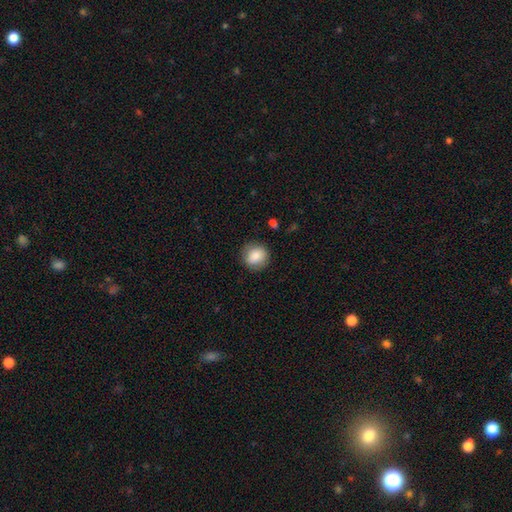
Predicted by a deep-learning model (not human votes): Morphology: type=smooth (84%); roundness=round (85%); merging=none (85%).